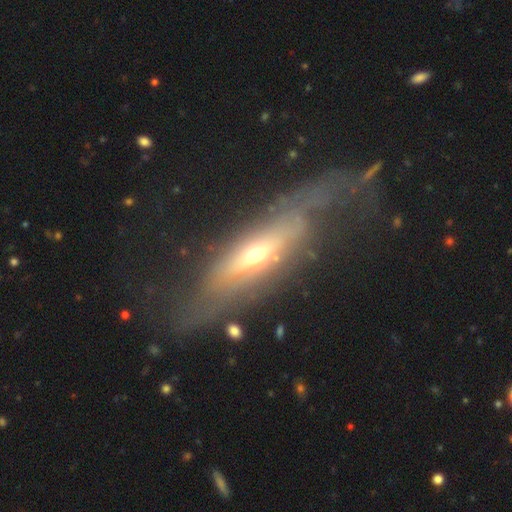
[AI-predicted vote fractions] featured or disk 70%, smooth 23%, star or artifact 7%. Down the decision tree: edge-on disk — no (51%); merging — none (42%).